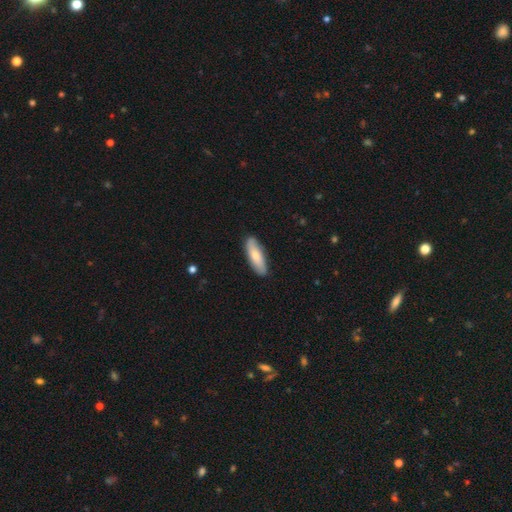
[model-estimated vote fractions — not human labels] A smooth galaxy with no disk features (73%) that is in between round and cigar-shaped (52%). Merging: none (86%).